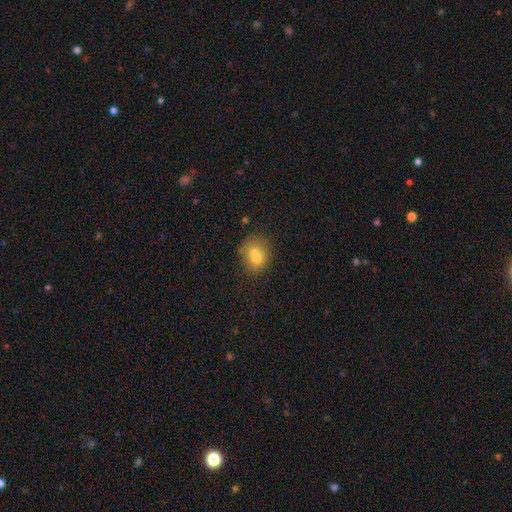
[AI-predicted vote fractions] Smooth or featured: smooth — 68% (featured or disk — 21%)
How rounded: round — 54% (in between — 45%)
Merging: none — 43% (merger — 39%)